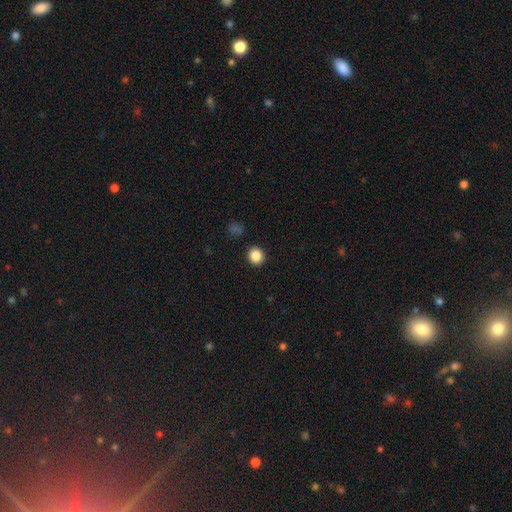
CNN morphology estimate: Smooth or featured? Predicted: smooth (p=0.86). How rounded? Predicted: round (p=0.84). Merging? Predicted: none (p=0.91).